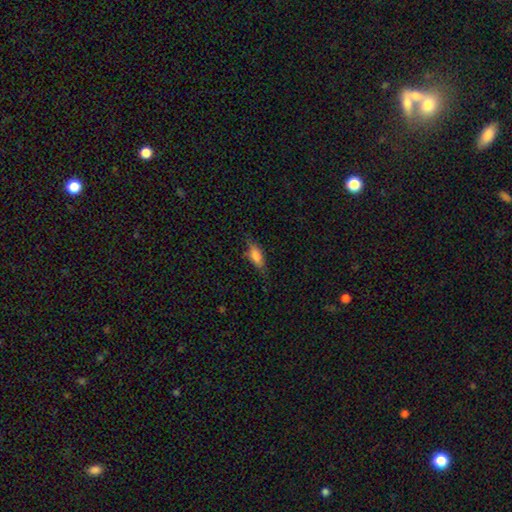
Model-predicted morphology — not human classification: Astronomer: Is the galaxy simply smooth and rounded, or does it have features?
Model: smooth — 73%.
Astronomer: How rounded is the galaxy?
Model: in between — 69%.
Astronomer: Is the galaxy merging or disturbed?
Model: none — 67%.